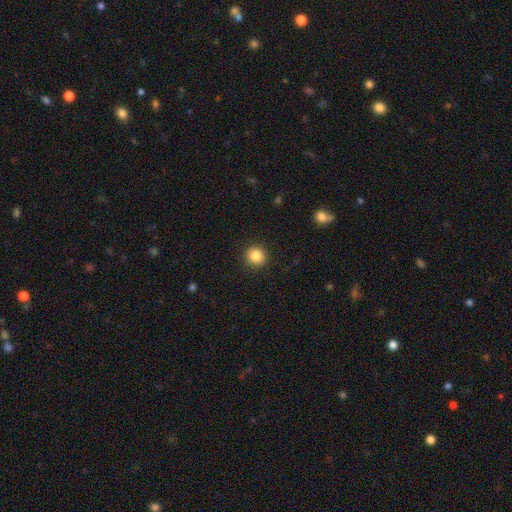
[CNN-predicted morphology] Smooth or featured? Predicted: smooth (p=0.86). How rounded? Predicted: round (p=0.92). Merging? Predicted: none (p=0.92).